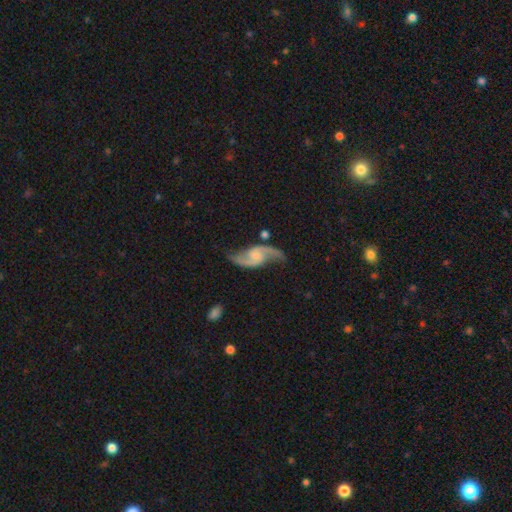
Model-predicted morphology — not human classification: The model was most divided on "bar": no: 54%, weak: 37%, strong: 9%. More confident: spiral arms — yes (98%); edge-on disk — no (97%); spiral arm count — 2 (94%); smooth or featured — featured or disk (91%); merging — none (74%); spiral winding — loose (65%); bulge size — small (54%).